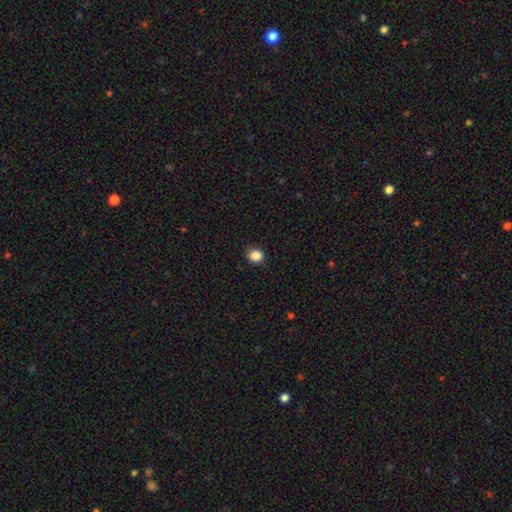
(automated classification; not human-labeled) This appears to be a smooth galaxy with no disk features (87%) that is round (85%). Merging: none (89%).